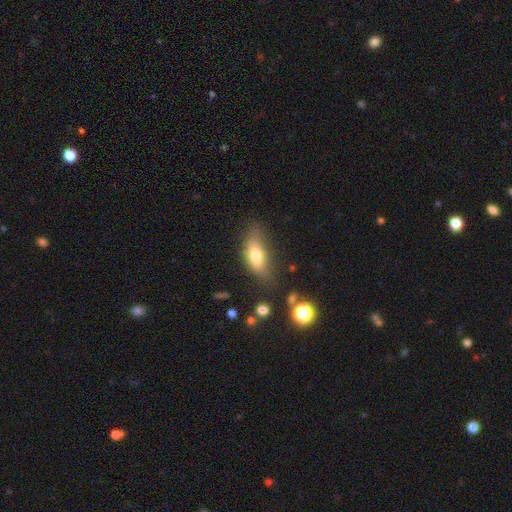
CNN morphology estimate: smooth 72%, featured or disk 19%, star or artifact 8%. Down the decision tree: how rounded — in between (78%); merging — none (59%).